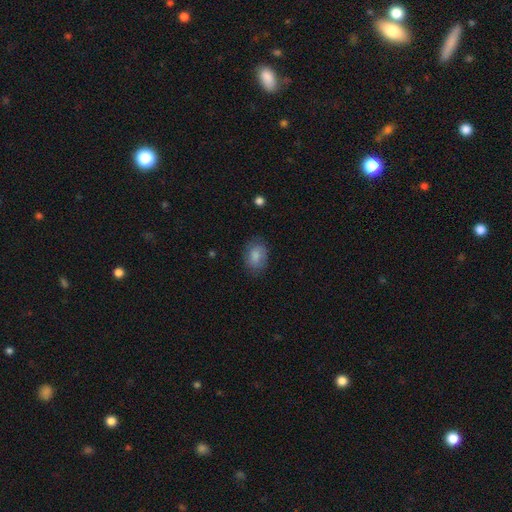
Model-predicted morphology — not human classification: A smooth galaxy with no disk features (82%) that is in between round and cigar-shaped (75%). Merging: none (75%).